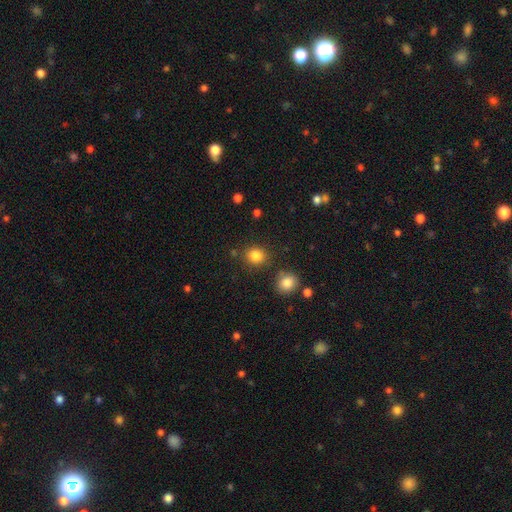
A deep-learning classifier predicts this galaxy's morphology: smooth 84%, star or artifact 11%, featured or disk 5%. Down the decision tree: how rounded — round (74%); merging — none (82%).